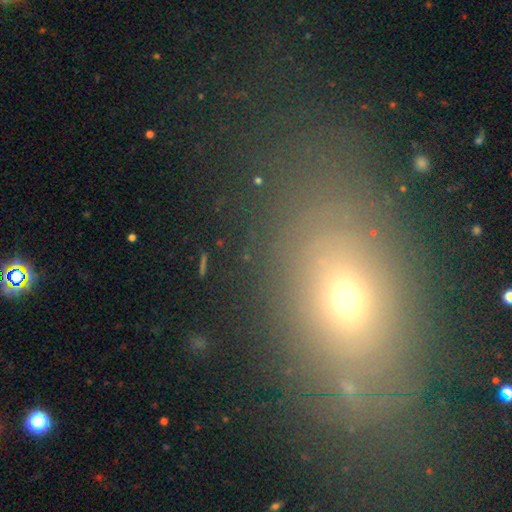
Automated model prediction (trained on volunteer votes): Smooth or featured? smooth (54%)
How rounded? in between (65%)
Merging? none (72%)